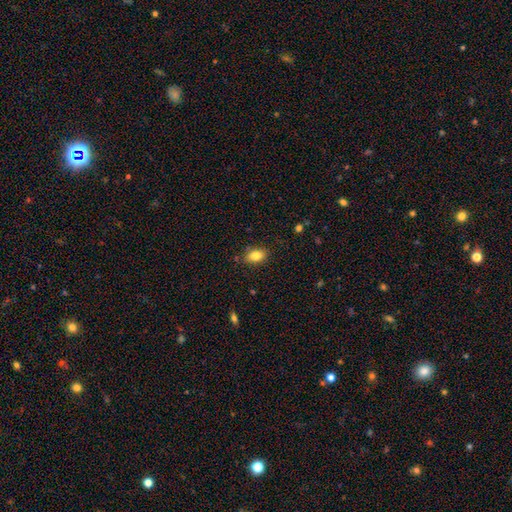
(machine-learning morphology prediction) Overall: smooth (82%). How rounded: in between (85%). Merging: none (83%).